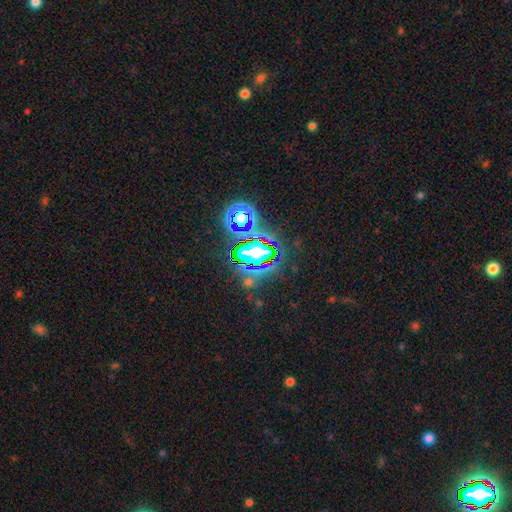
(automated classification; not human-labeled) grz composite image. It shows a star or artifact, not a galaxy (68%).